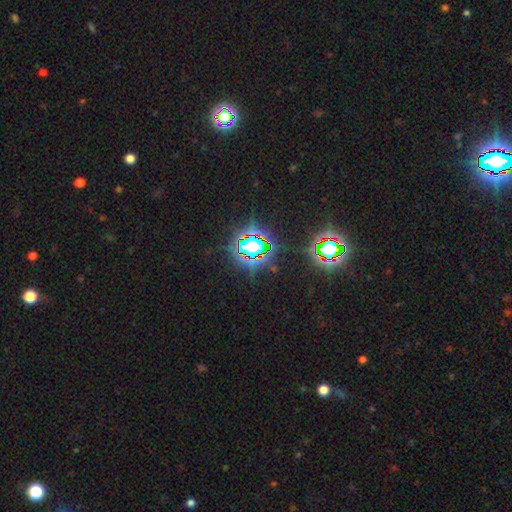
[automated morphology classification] Smooth or featured? Predicted: star or artifact (p=0.77).